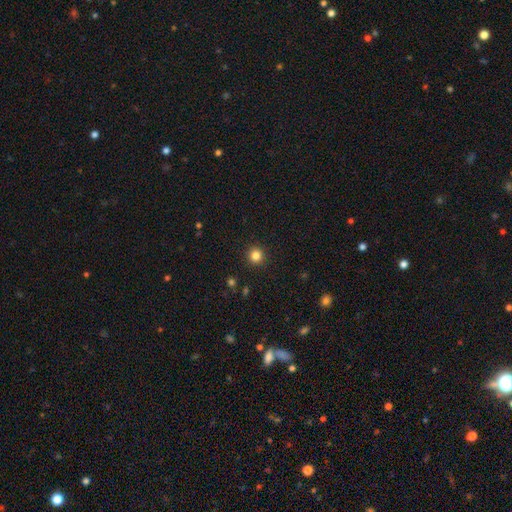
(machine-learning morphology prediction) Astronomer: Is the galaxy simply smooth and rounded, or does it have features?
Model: smooth — 83%.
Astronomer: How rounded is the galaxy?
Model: round — 94%.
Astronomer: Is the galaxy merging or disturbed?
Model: none — 93%.